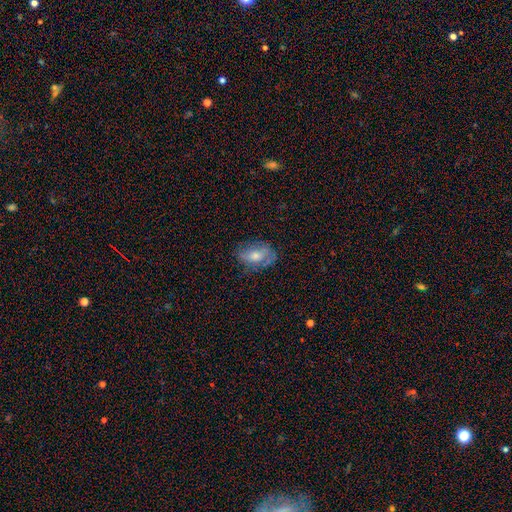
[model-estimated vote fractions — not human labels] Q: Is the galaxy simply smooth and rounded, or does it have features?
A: smooth — 49%.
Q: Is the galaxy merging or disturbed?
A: none — 66%.